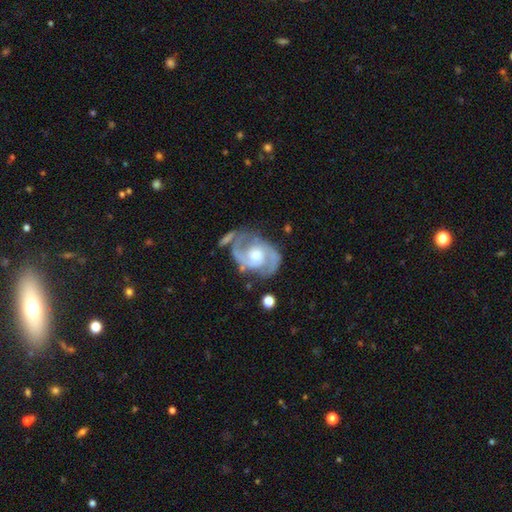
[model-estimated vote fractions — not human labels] Smooth or featured? featured or disk (90%)
Edge-on disk? no (97%)
Bar? no (59%)
Spiral arms? yes (96%)
Spiral winding? medium (54%)
Spiral arm count? 2 (91%)
Bulge size? moderate (56%)
Merging? none (66%)